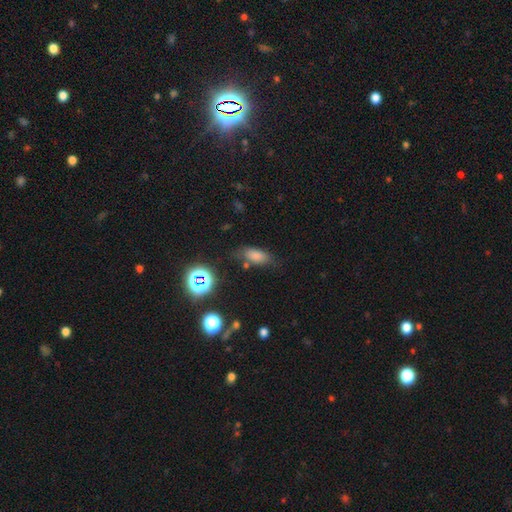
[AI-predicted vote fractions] A smooth galaxy with no disk features (74%) that is in between round and cigar-shaped (82%).

Vote fractions:
- Smooth or featured? smooth: 74% / star or artifact: 16% / featured or disk: 10%
- How rounded? in between: 82% / cigar-shaped: 12% / round: 6%
- Merging? none: 66% / minor disturbance: 21% / major disturbance: 7% / merger: 6%